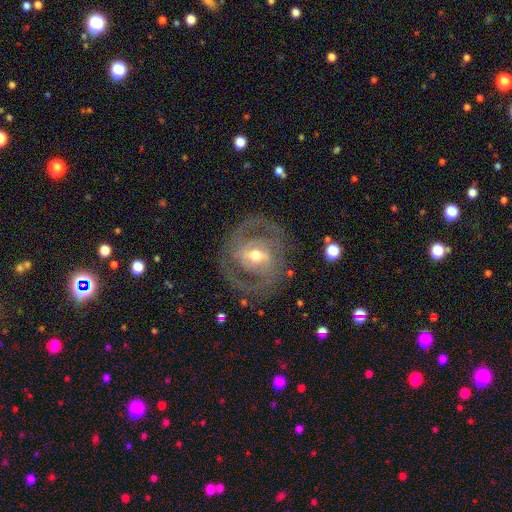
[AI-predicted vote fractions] smooth-or-featured: featured or disk: 83% | smooth: 12% | star or artifact: 5%
  disk-edge-on: no: 96% | yes: 4%
    bar: weak: 43% | strong: 34% | no: 23%
    has-spiral-arms: yes: 76% | no: 24%
      spiral-winding: medium: 45% | tight: 39% | loose: 16%
      spiral-arm-count: 2: 77% | can't tell: 13% | 3: 4% | 1: 3% | 4: 2% | more than 4: 2%
    bulge-size: moderate: 71% | small: 20% | large: 7% | dominant: 1% | none: 1%
  merging: none: 76% | minor disturbance: 13% | major disturbance: 10% | merger: 1%